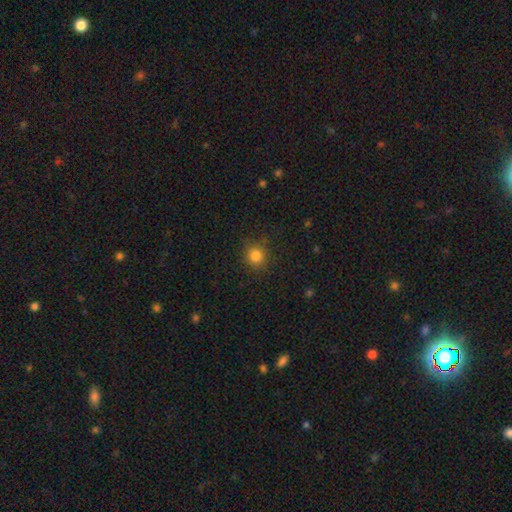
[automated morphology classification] smooth_or_featured: smooth (p=0.82) [alt: star or artifact p=0.13]
how_rounded: round (p=0.90) [alt: in between p=0.09]
merging: none (p=0.87) [alt: minor disturbance p=0.09]